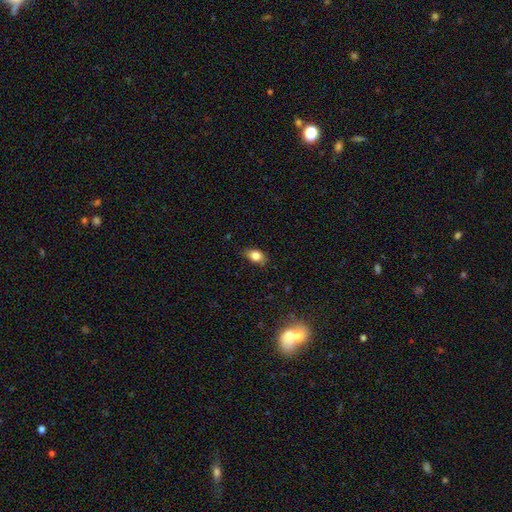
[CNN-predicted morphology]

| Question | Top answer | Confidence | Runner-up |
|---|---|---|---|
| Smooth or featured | smooth | 82% | star or artifact (9%) |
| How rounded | in between | 82% | round (16%) |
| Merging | none | 75% | minor disturbance (20%) |